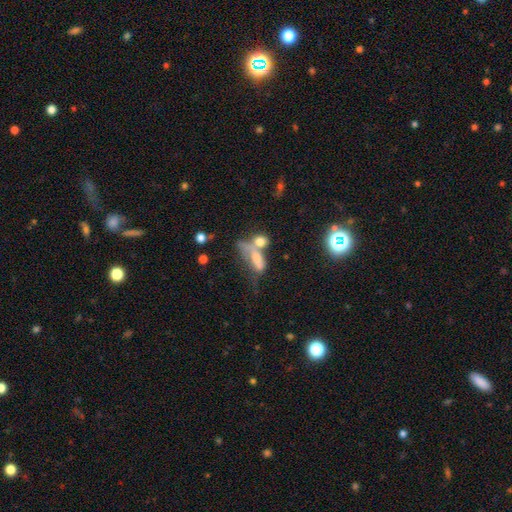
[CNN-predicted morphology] A smooth galaxy with no disk features (48%). Merging: merger (48%).